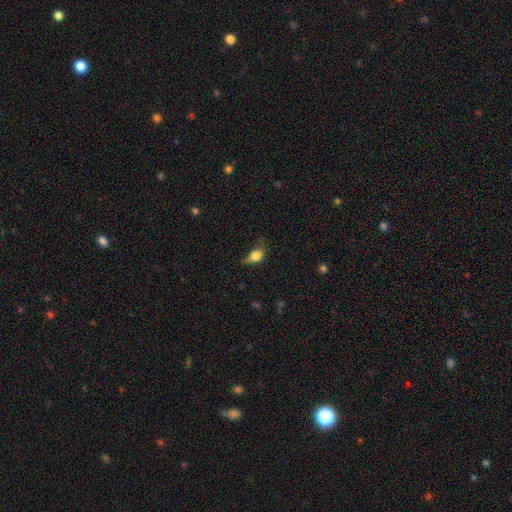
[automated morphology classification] smooth 76%, featured or disk 14%, star or artifact 10%. Down the decision tree: how rounded — in between (67%); merging — minor disturbance (38%).